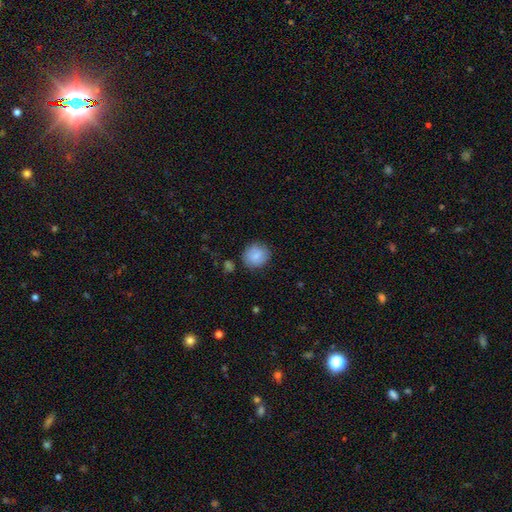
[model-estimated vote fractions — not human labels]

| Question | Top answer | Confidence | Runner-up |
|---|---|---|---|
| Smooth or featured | smooth | 84% | featured or disk (9%) |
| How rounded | round | 84% | in between (15%) |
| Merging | none | 81% | minor disturbance (13%) |